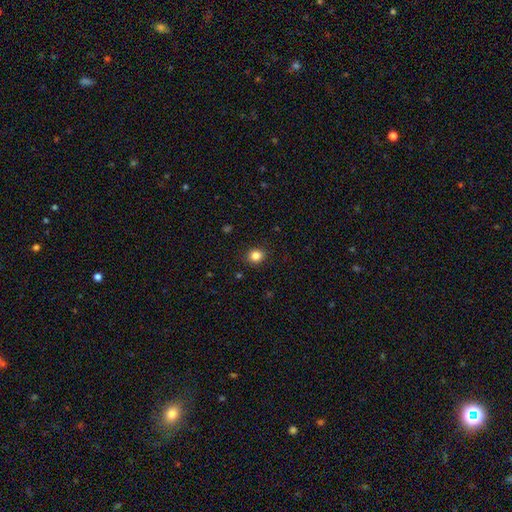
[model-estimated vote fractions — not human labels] Morphology: type=smooth (84%); roundness=round (79%); merging=none (90%).